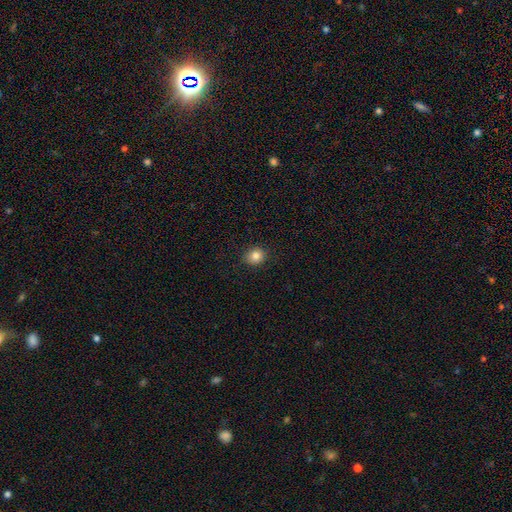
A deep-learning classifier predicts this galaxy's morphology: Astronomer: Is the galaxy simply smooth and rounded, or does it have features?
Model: smooth — 83%.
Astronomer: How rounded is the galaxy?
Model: round — 73%.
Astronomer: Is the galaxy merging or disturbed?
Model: none — 90%.